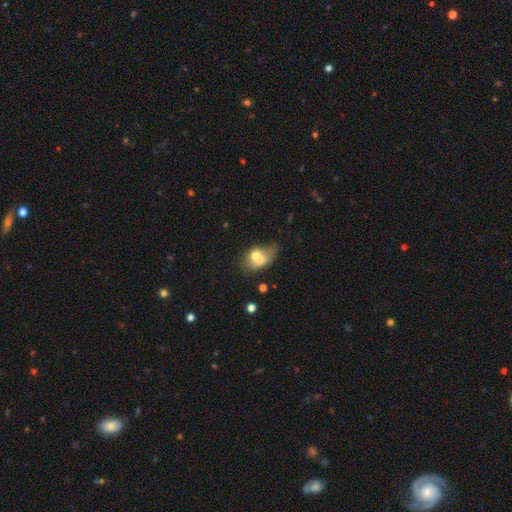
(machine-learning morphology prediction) This appears to be a smooth galaxy with no disk features (62%) that is in between round and cigar-shaped (66%). Merging: merger (48%).